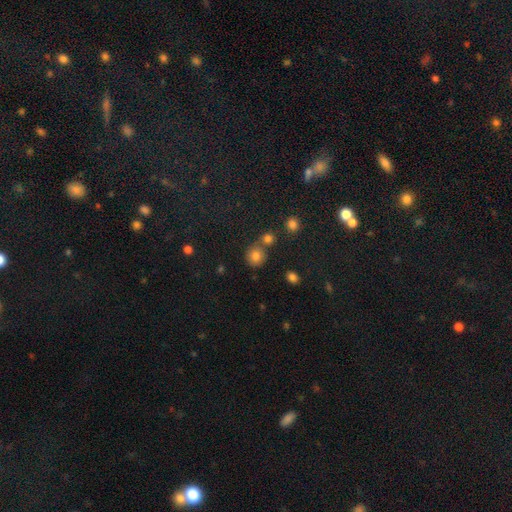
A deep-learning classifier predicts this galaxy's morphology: Smooth or featured?
  - smooth: 79% *
  - star or artifact: 14%
  - featured or disk: 8%
How rounded?
  - round: 85% *
  - in between: 14%
  - cigar-shaped: 1%
Merging?
  - none: 63% *
  - merger: 24%
  - minor disturbance: 10%
  - major disturbance: 3%